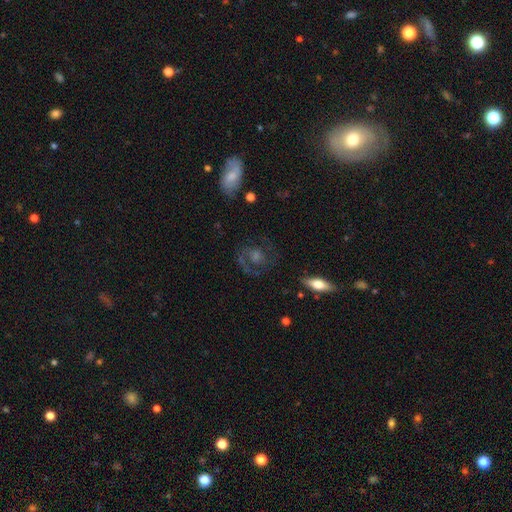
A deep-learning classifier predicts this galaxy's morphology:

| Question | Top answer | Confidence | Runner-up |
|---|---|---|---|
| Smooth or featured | featured or disk | 67% | smooth (20%) |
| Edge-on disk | no | 95% | yes (5%) |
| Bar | no | 69% | weak (25%) |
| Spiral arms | yes | 83% | no (17%) |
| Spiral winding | medium | 43% | tight (39%) |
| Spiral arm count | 2 | 56% | 1 (23%) |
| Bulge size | moderate | 38% | small (28%) |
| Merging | none | 67% | minor disturbance (16%) |